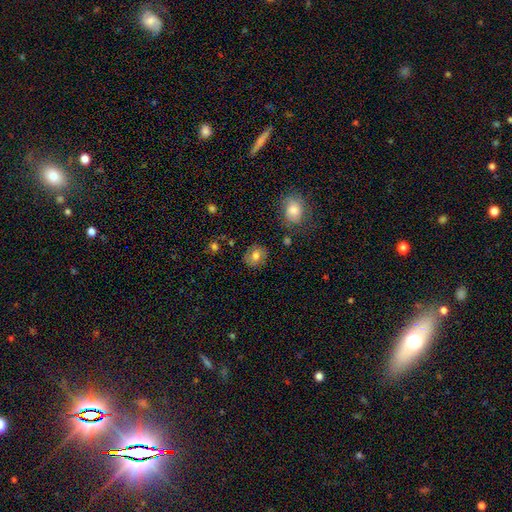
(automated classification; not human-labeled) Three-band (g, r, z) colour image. It shows a smooth galaxy with no disk features (74%) that is round (75%). Merging: none (81%).